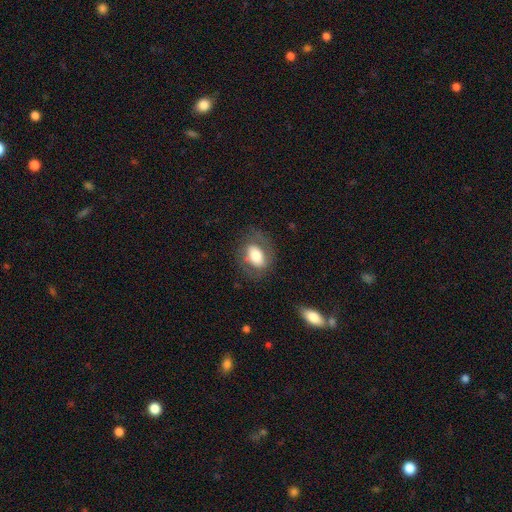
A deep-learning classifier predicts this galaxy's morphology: Overall: smooth (58%; featured or disk 34%). How rounded: in between (78%). Merging: none (71%).